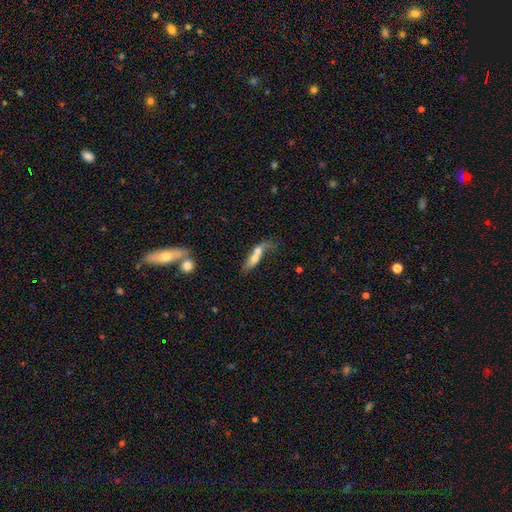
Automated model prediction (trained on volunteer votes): Smooth or featured? Predicted: smooth (p=0.58). How rounded? Predicted: in between (p=0.51). Merging? Predicted: merger (p=0.64).